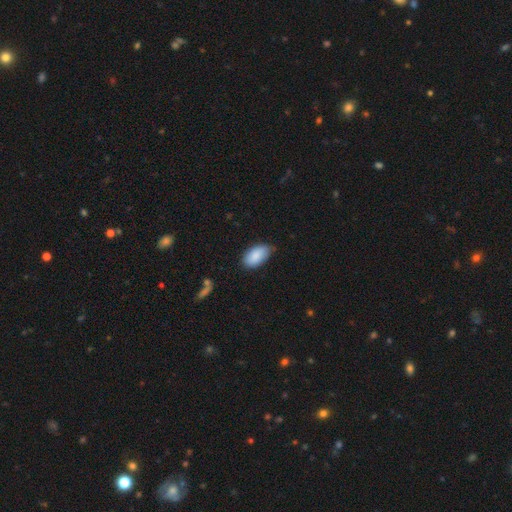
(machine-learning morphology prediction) A smooth galaxy with no disk features (88%) that is in between round and cigar-shaped (94%).

Vote fractions:
- Smooth or featured? smooth: 88% / star or artifact: 6% / featured or disk: 5%
- How rounded? in between: 94% / round: 4% / cigar-shaped: 2%
- Merging? none: 70% / minor disturbance: 25% / major disturbance: 4% / merger: 2%